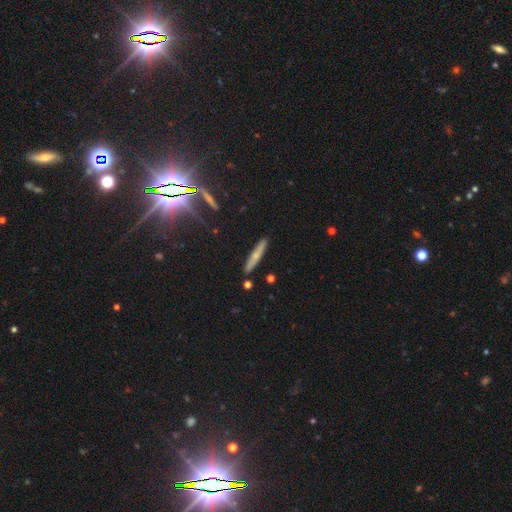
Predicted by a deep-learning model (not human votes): This appears to be a smooth galaxy with no disk features (53%) that is cigar-shaped (93%). Merging: none (88%).